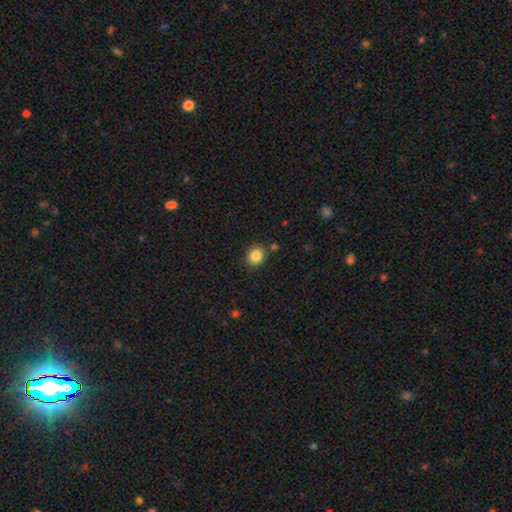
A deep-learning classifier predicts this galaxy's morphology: Smooth or featured: smooth — 85% (star or artifact — 10%)
How rounded: round — 73% (in between — 26%)
Merging: none — 82% (minor disturbance — 10%)